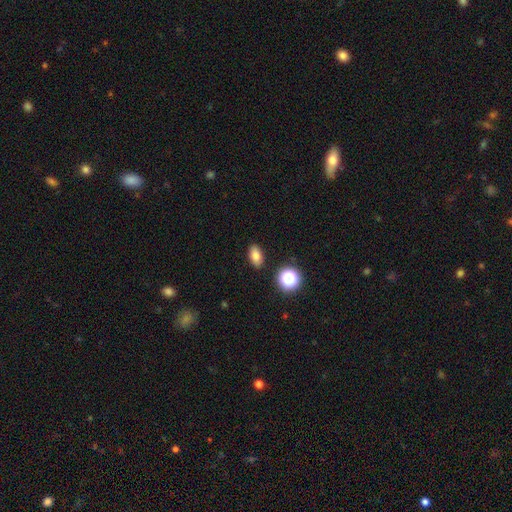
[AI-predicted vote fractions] Smooth or featured: smooth — 79% (star or artifact — 13%)
How rounded: in between — 86% (round — 11%)
Merging: none — 88% (minor disturbance — 8%)